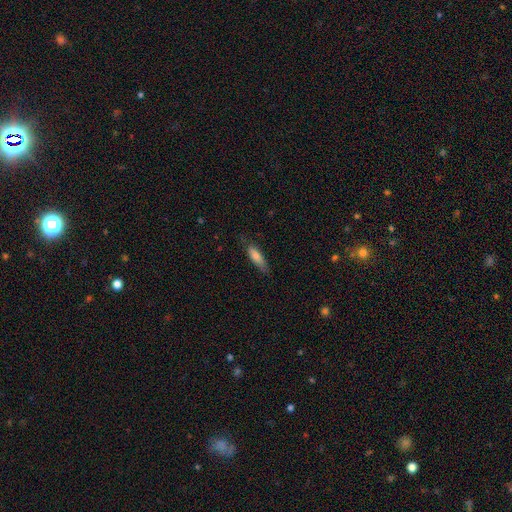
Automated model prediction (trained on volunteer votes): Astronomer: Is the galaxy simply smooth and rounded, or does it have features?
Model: smooth — 73%.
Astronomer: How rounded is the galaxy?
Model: cigar-shaped — 58% (runner-up: in between, 40%).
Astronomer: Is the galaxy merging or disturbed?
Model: none — 74%.